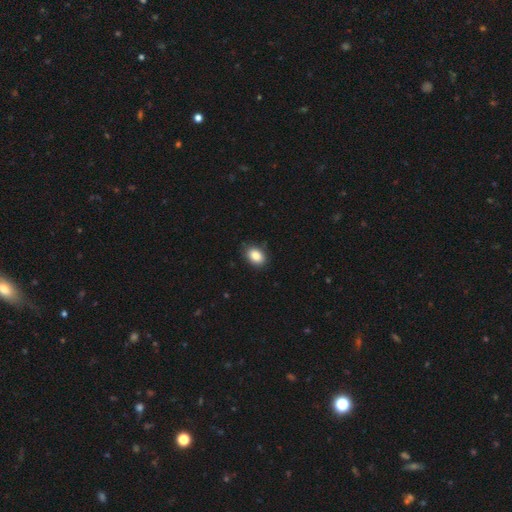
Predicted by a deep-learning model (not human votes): Q: Smooth or featured?
A: smooth (88%); runner-up: star or artifact (8%)
Q: How rounded?
A: in between (80%); runner-up: round (18%)
Q: Merging?
A: none (85%); runner-up: minor disturbance (12%)